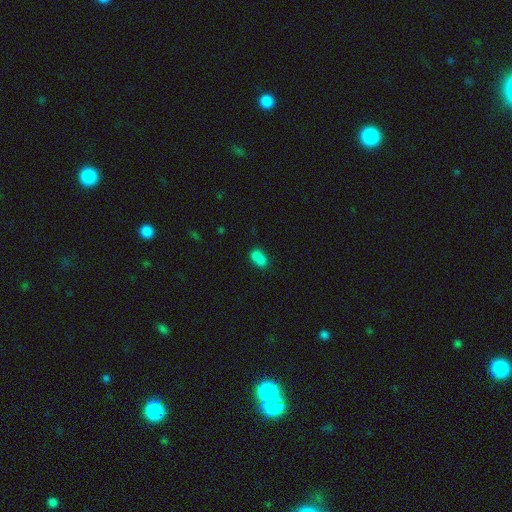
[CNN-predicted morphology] Overall: smooth (80%). How rounded: in between (83%). Merging: none (52%; merger 27%).